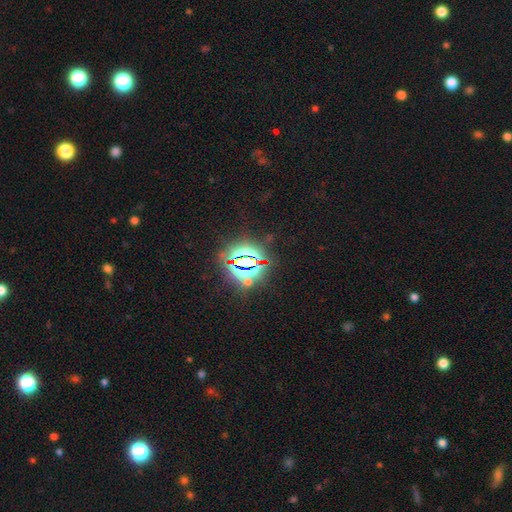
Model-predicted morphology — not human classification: This is clearly a star or artifact rather than a galaxy (84%).